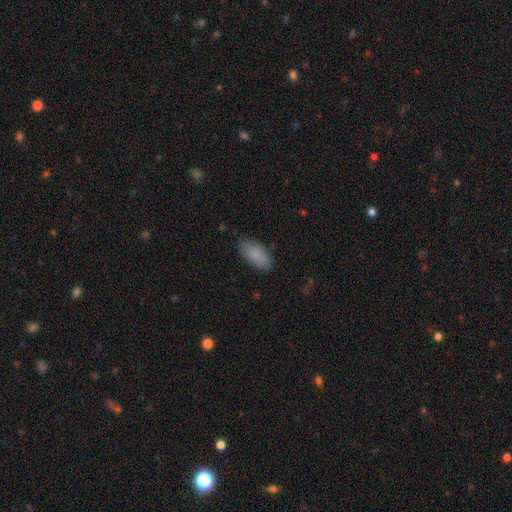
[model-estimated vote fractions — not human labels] A smooth galaxy with no disk features (86%) that is in between round and cigar-shaped (91%). Merging: none (83%).